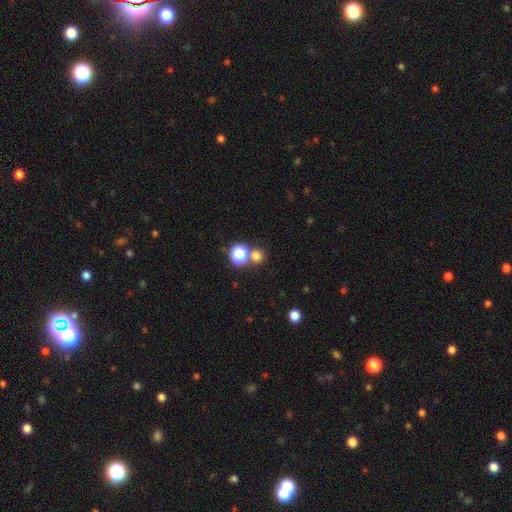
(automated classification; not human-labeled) A smooth galaxy with no disk features (72%) that is round (86%). Merging: none (65%).